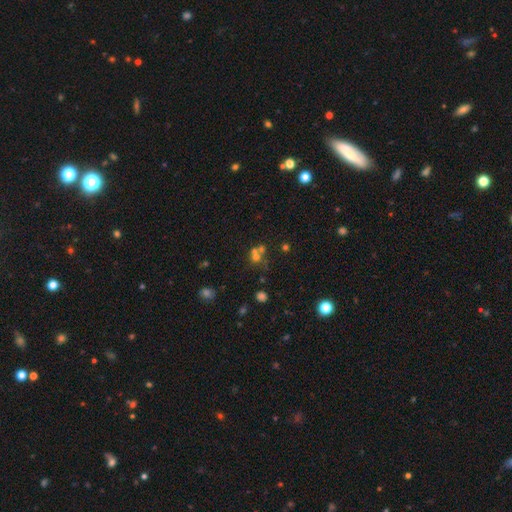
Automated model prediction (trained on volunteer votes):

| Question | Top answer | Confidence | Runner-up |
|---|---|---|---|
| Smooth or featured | smooth | 54% | star or artifact (26%) |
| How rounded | round | 82% | in between (17%) |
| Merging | merger | 47% | none (40%) |